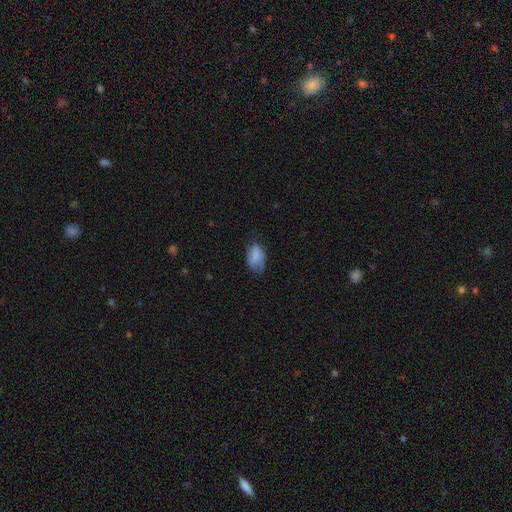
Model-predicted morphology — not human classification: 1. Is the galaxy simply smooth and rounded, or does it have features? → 74% smooth, 17% featured or disk, 9% star or artifact.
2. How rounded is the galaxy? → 90% in between, 8% round, 2% cigar-shaped.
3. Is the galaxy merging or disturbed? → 48% none, 35% minor disturbance, 16% major disturbance, 2% merger.